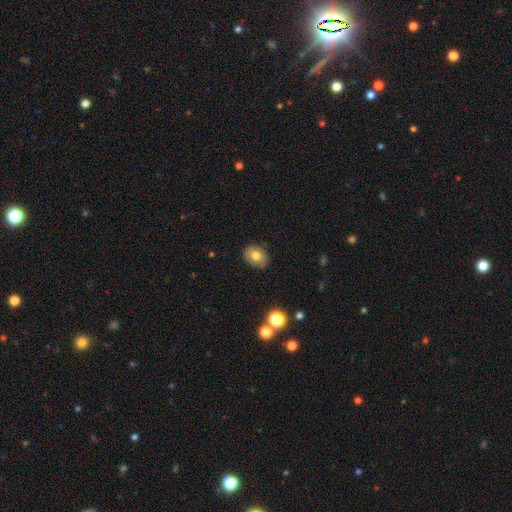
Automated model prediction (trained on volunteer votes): Q: Smooth or featured?
A: smooth (75%); runner-up: featured or disk (16%)
Q: How rounded?
A: in between (56%); runner-up: round (43%)
Q: Merging?
A: none (86%); runner-up: minor disturbance (11%)